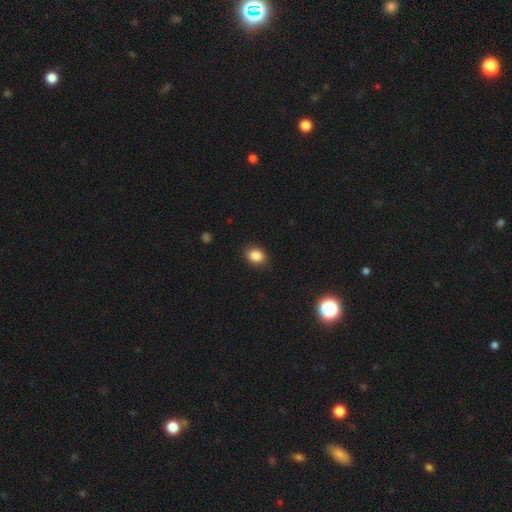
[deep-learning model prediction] This is clearly a smooth galaxy (85%). How rounded: possibly in between (54%). Merging: clearly none (86%).